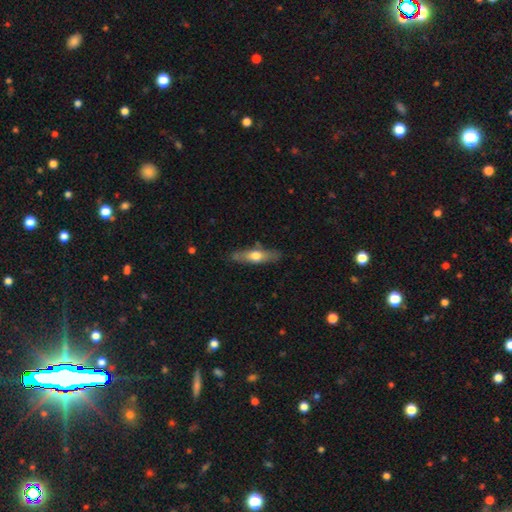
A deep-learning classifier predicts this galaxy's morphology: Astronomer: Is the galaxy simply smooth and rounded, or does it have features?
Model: smooth — 51% (runner-up: featured or disk, 43%).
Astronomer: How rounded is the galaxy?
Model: cigar-shaped — 67%.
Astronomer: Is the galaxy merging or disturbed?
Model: none — 81%.